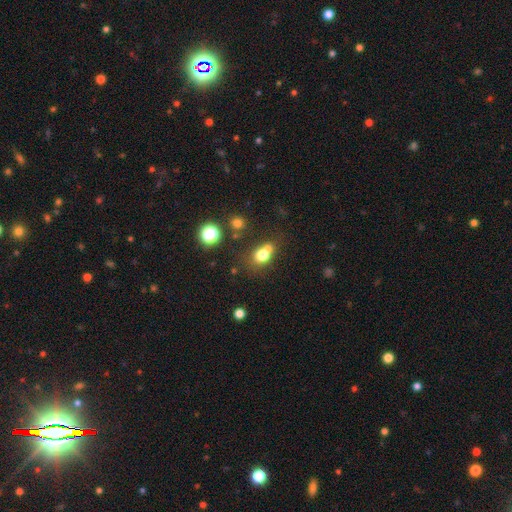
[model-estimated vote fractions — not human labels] smooth_or_featured: smooth (p=0.63) [alt: star or artifact p=0.26]
how_rounded: in between (p=0.59) [alt: round p=0.38]
merging: none (p=0.75) [alt: minor disturbance p=0.12]